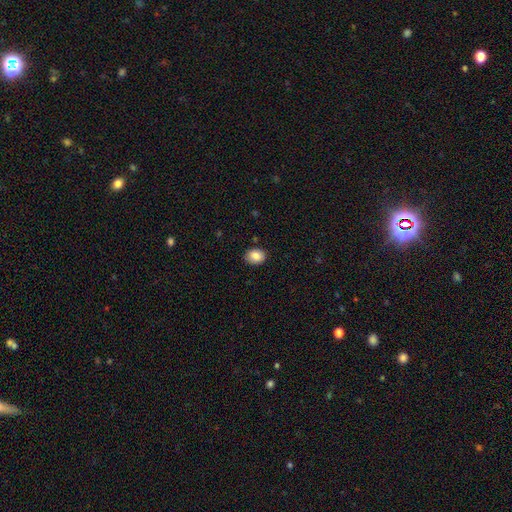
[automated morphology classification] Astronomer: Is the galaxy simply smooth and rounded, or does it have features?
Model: smooth — 86%.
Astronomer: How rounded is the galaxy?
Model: in between — 59% (runner-up: round, 40%).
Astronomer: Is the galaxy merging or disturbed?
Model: none — 88%.